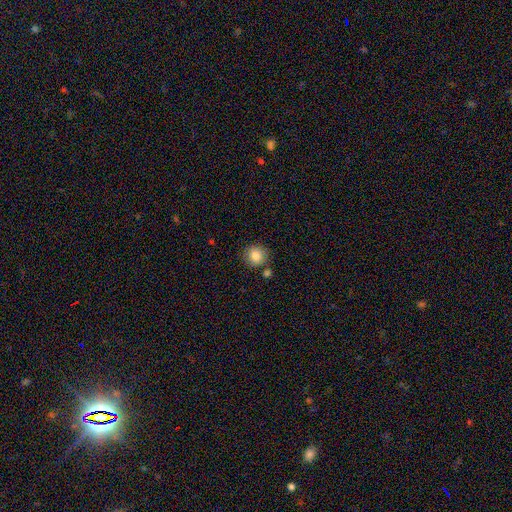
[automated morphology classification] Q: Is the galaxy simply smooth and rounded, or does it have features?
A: smooth — 84%.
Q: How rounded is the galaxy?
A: round — 92%.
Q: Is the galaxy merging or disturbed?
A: none — 80%.